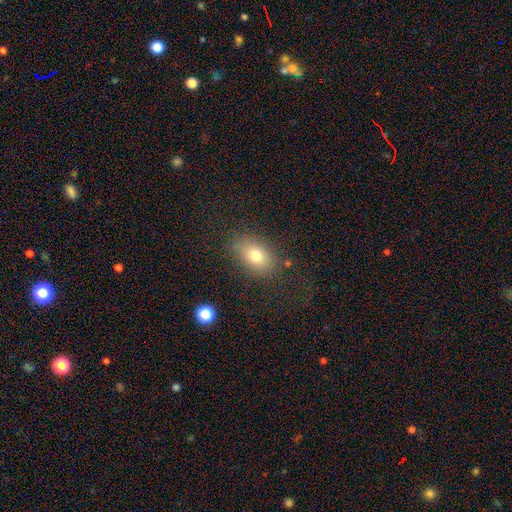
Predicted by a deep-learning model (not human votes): Morphology: type=smooth (75%); roundness=in between (81%); merging=none (79%).